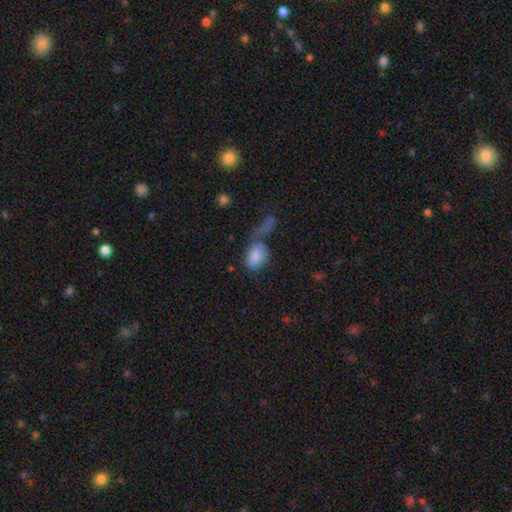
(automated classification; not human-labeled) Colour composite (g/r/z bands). It shows a smooth galaxy with no disk features (76%) that is in between round and cigar-shaped (83%). Merging: merger (30%).